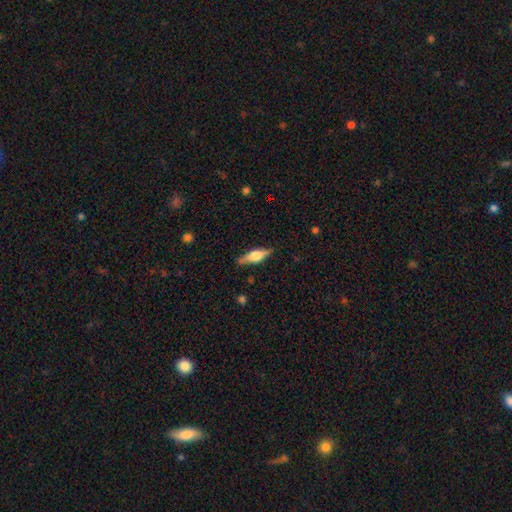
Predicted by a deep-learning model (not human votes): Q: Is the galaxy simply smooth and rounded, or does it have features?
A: featured or disk — 53%.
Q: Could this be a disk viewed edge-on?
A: yes — 94%.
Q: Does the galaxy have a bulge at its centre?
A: rounded — 87%.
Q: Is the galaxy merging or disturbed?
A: none — 85%.